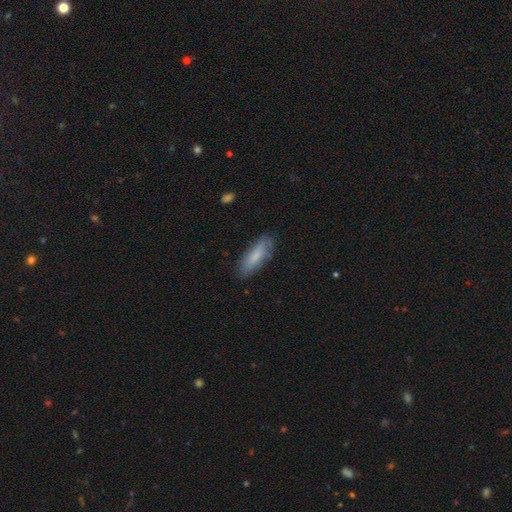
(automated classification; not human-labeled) smooth-or-featured: smooth: 74% | featured or disk: 20% | star or artifact: 6%
  how-rounded: in between: 61% | cigar-shaped: 38% | round: 2%
  merging: none: 79% | minor disturbance: 16% | major disturbance: 4% | merger: 1%